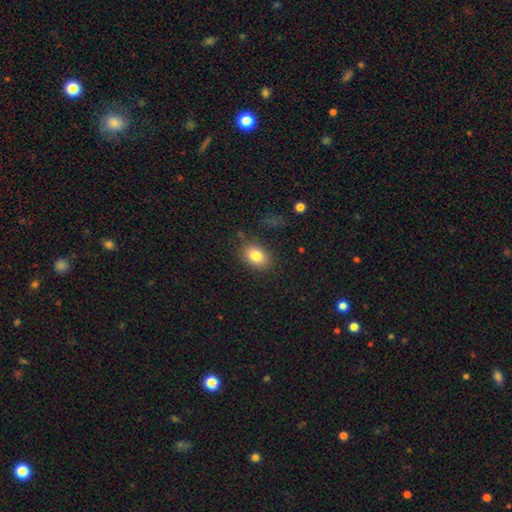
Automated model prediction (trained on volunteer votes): Overall: smooth (82%). How rounded: in between (75%). Merging: none (81%).